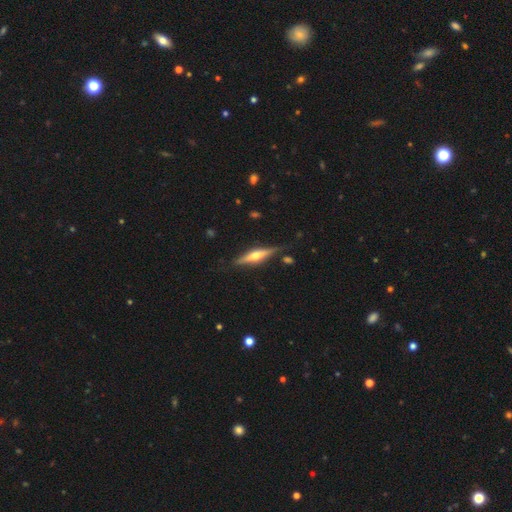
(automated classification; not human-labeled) smooth-or-featured: featured or disk: 70% | smooth: 24% | star or artifact: 6%
  disk-edge-on: yes: 96% | no: 4%
    edge-on-bulge: rounded: 91% | boxy: 5% | none: 3%
  merging: none: 82% | minor disturbance: 12% | major disturbance: 3% | merger: 2%